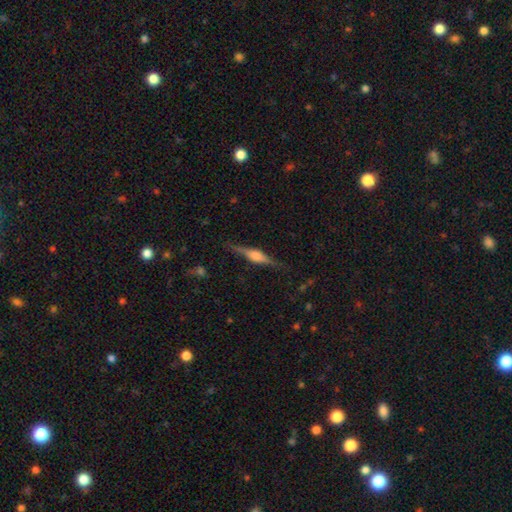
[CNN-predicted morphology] smooth-or-featured: featured or disk: 76% | smooth: 18% | star or artifact: 7%
  disk-edge-on: yes: 98% | no: 2%
    edge-on-bulge: rounded: 79% | boxy: 18% | none: 3%
  merging: none: 85% | minor disturbance: 11% | major disturbance: 3% | merger: 1%